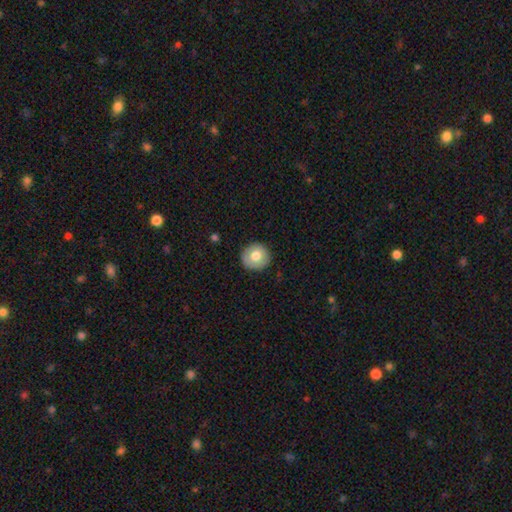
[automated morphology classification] type=smooth (74%); roundness=round (93%); merging=none (89%).